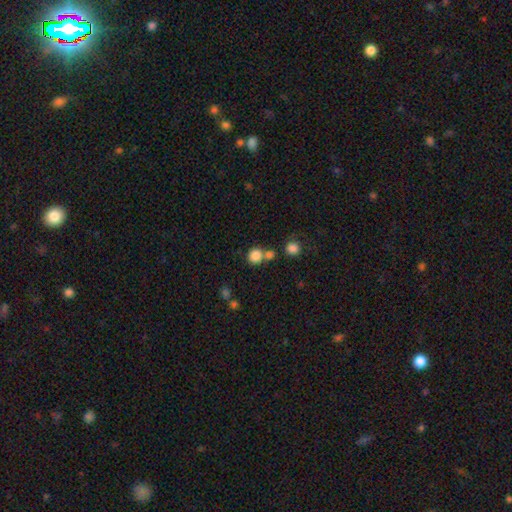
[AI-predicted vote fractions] Q: Smooth or featured?
A: smooth (83%); runner-up: star or artifact (11%)
Q: How rounded?
A: round (88%); runner-up: in between (11%)
Q: Merging?
A: none (60%); runner-up: merger (29%)